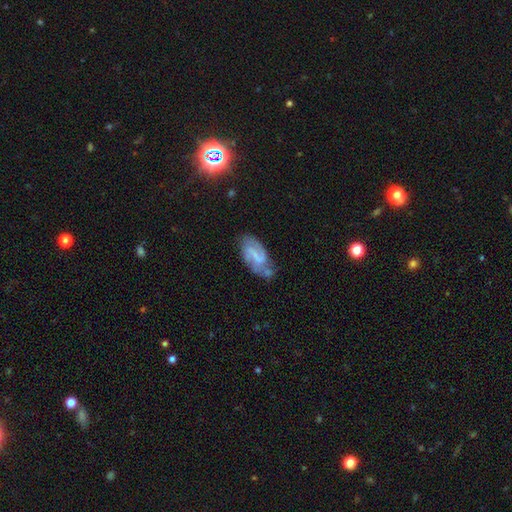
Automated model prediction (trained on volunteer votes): smooth-or-featured: featured or disk: 72% | smooth: 21% | star or artifact: 7%
  disk-edge-on: no: 96% | yes: 4%
    bar: weak: 47% | strong: 34% | no: 19%
    has-spiral-arms: yes: 89% | no: 11%
      spiral-winding: medium: 45% | loose: 31% | tight: 23%
      spiral-arm-count: 2: 84% | can't tell: 8% | 1: 3% | 3: 2% | 4: 1% | more than 4: 1%
    bulge-size: none: 42% | small: 41% | moderate: 14% | large: 2% | dominant: 1%
  merging: none: 55% | minor disturbance: 24% | merger: 11% | major disturbance: 9%